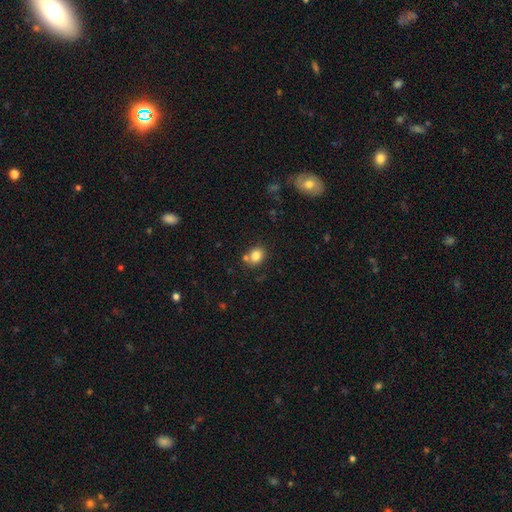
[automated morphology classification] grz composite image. It shows a smooth galaxy with no disk features (82%) that is round (55%). Merging: none (68%).